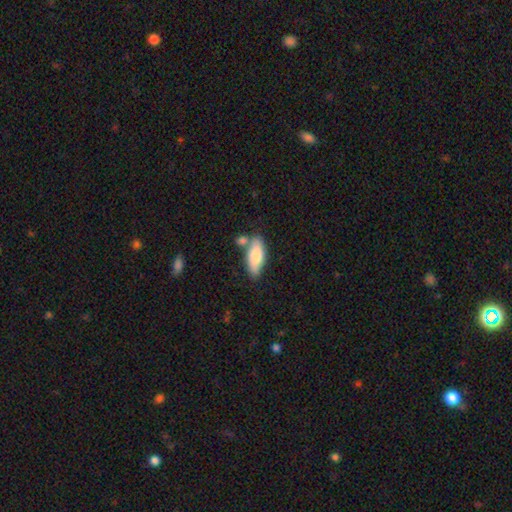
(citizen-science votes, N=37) A smooth galaxy with no disk features (68%) that is cigar-shaped (60%).

Vote fractions:
- Smooth or featured? smooth: 68% / featured or disk: 27% / star or artifact: 5%
- How rounded? cigar-shaped: 60% / in between: 40% / round: 0%
- Merging? none: 69% / minor disturbance: 23% / merger: 9% / major disturbance: 0%